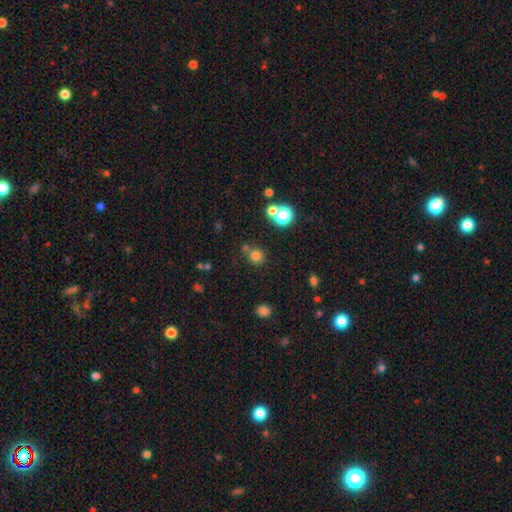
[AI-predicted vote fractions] A smooth galaxy with no disk features (75%) that is round (91%).

Vote fractions:
- Smooth or featured? smooth: 75% / star or artifact: 19% / featured or disk: 7%
- How rounded? round: 91% / in between: 8% / cigar-shaped: 1%
- Merging? none: 73% / merger: 14% / minor disturbance: 9% / major disturbance: 4%